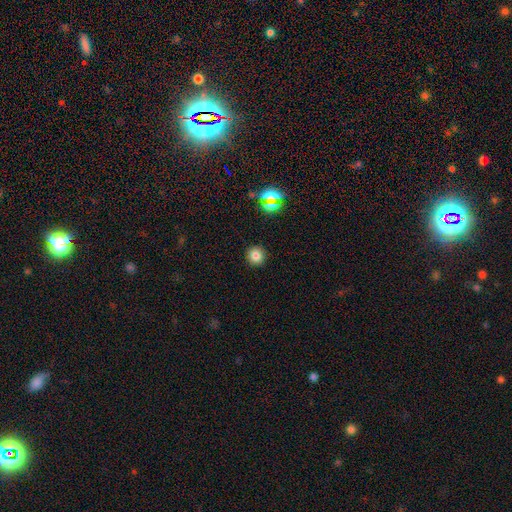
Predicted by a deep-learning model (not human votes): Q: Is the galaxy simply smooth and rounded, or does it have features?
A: smooth — 77%.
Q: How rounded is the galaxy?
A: round — 93%.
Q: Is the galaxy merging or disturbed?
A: none — 91%.